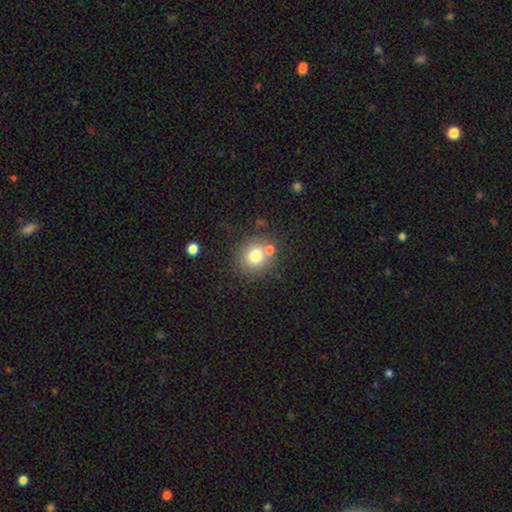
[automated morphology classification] Overall: smooth (76%). How rounded: round (87%). Merging: none (68%).